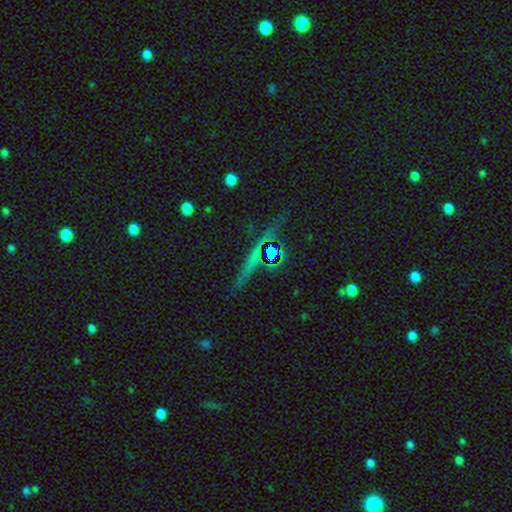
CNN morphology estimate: Q: Smooth or featured?
A: star or artifact (54%); runner-up: featured or disk (26%)